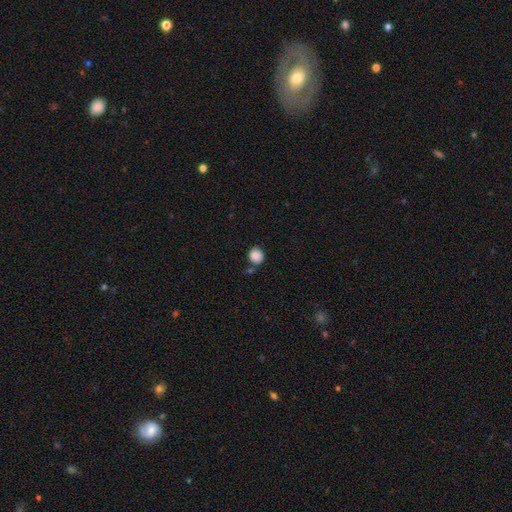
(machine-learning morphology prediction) smooth 87%, star or artifact 9%, featured or disk 4%. Down the decision tree: how rounded — round (82%); merging — none (71%).